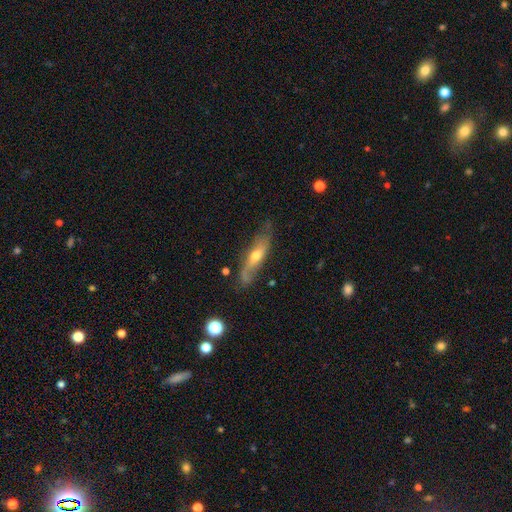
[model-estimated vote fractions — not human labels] This appears to be a featured or disk galaxy (61%) viewed edge-on (51%). Merging: none (63%).